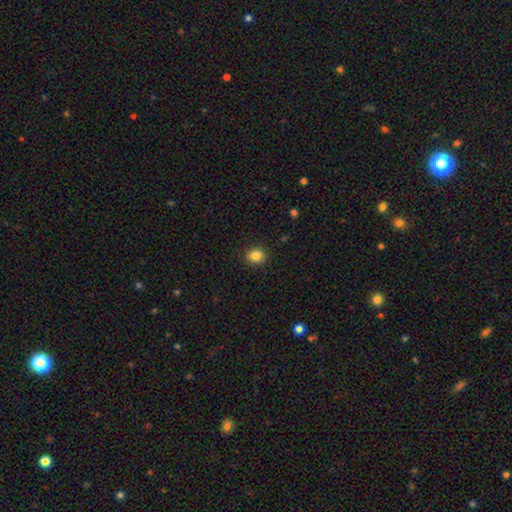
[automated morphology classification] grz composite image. It shows a smooth galaxy with no disk features (85%) that is round (68%). Merging: none (90%).